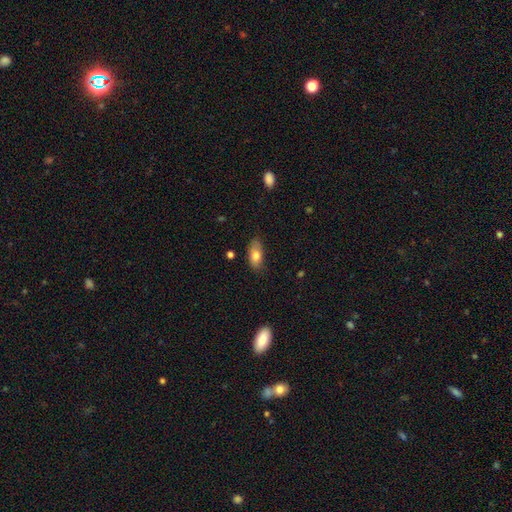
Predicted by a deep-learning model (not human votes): The model was most divided on "merging": none: 71%, minor disturbance: 23%, major disturbance: 4%, merger: 2%. More confident: how rounded — in between (88%); smooth or featured — smooth (77%).